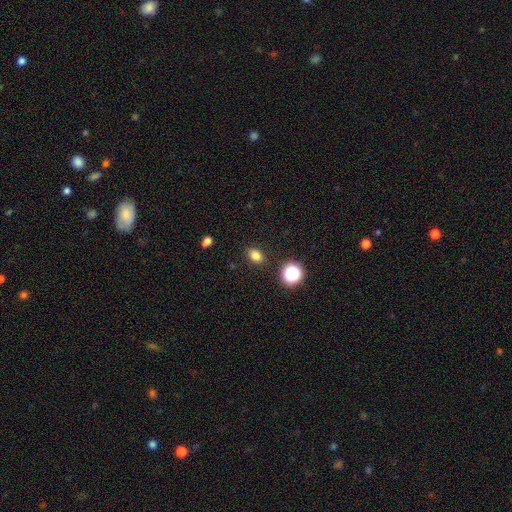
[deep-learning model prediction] A smooth galaxy with no disk features (81%) that is in between round and cigar-shaped (65%). Merging: none (88%).